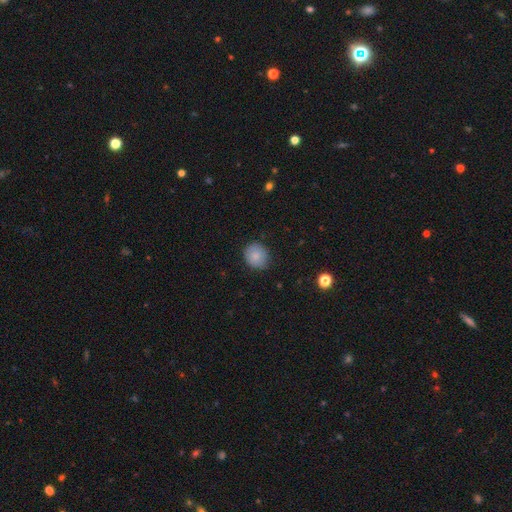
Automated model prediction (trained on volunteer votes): Smooth or featured: smooth — 85% (star or artifact — 8%)
How rounded: round — 77% (in between — 22%)
Merging: none — 83% (minor disturbance — 14%)